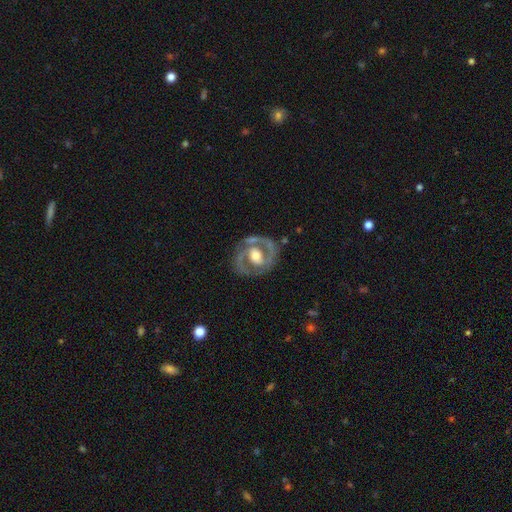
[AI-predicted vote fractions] Smooth or featured?
  - featured or disk: 84% *
  - smooth: 12%
  - star or artifact: 4%
Edge-on disk?
  - no: 97% *
  - yes: 3%
Bar?
  - no: 44% *
  - weak: 35%
  - strong: 21%
Spiral arms?
  - yes: 82% *
  - no: 18%
Spiral winding?
  - medium: 47% *
  - tight: 41%
  - loose: 12%
Spiral arm count?
  - 2: 85% *
  - can't tell: 6%
  - 1: 5%
  - 3: 2%
  - 4: 1%
  - more than 4: 1%
Bulge size?
  - moderate: 64% *
  - large: 22%
  - small: 11%
  - dominant: 2%
  - none: 1%
Merging?
  - none: 78% *
  - minor disturbance: 14%
  - major disturbance: 6%
  - merger: 2%